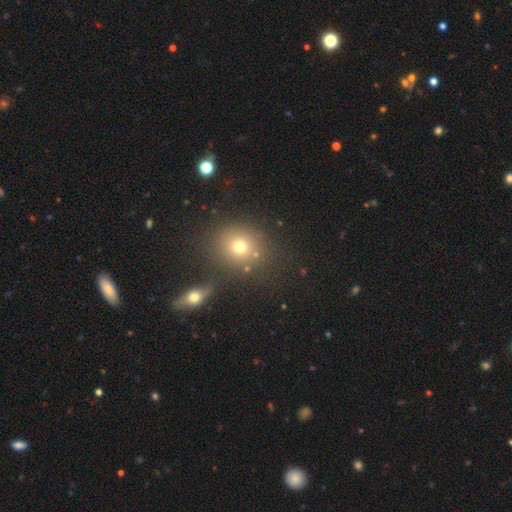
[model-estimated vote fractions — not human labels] Smooth or featured? smooth (58%)
How rounded? round (70%)
Merging? none (79%)